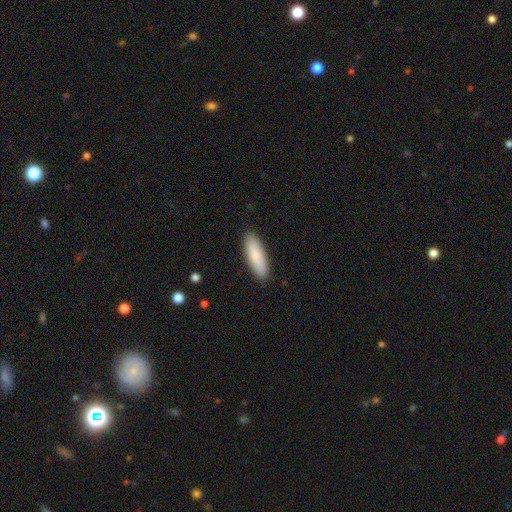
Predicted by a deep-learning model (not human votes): A smooth galaxy with no disk features (87%) that is cigar-shaped (50%). Merging: none (90%).